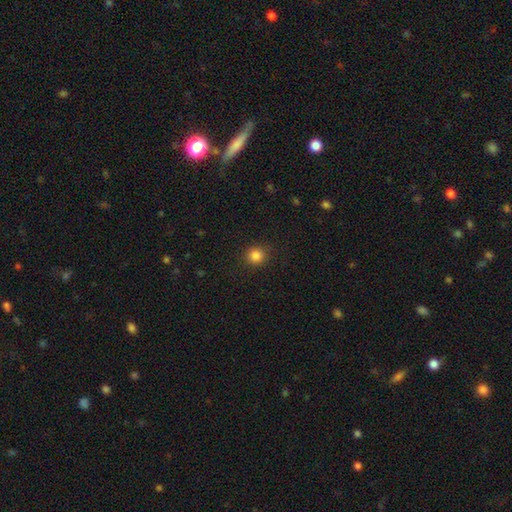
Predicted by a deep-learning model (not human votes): Smooth or featured?
  - smooth: 84% *
  - star or artifact: 12%
  - featured or disk: 4%
How rounded?
  - round: 90% *
  - in between: 9%
  - cigar-shaped: 1%
Merging?
  - none: 90% *
  - minor disturbance: 7%
  - major disturbance: 2%
  - merger: 1%